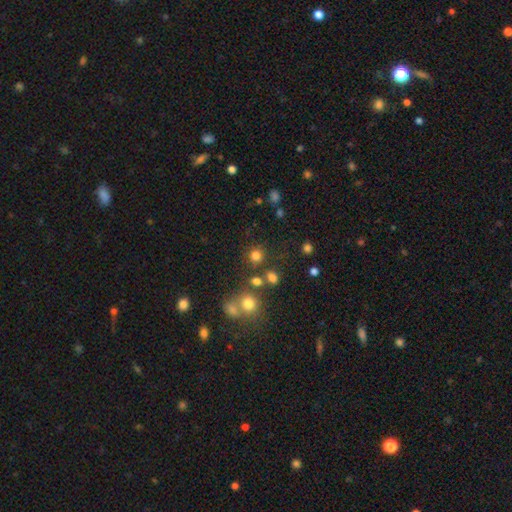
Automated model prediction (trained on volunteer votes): A smooth galaxy with no disk features (77%) that is round (87%). Merging: none (77%).